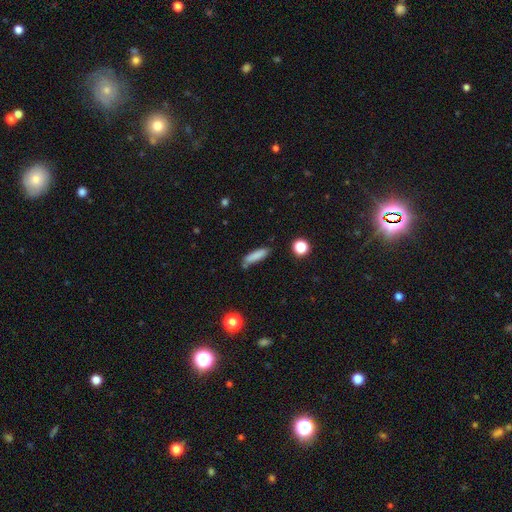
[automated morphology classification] Smooth or featured: smooth — 83% (star or artifact — 9%)
How rounded: cigar-shaped — 68% (in between — 29%)
Merging: none — 73% (minor disturbance — 16%)